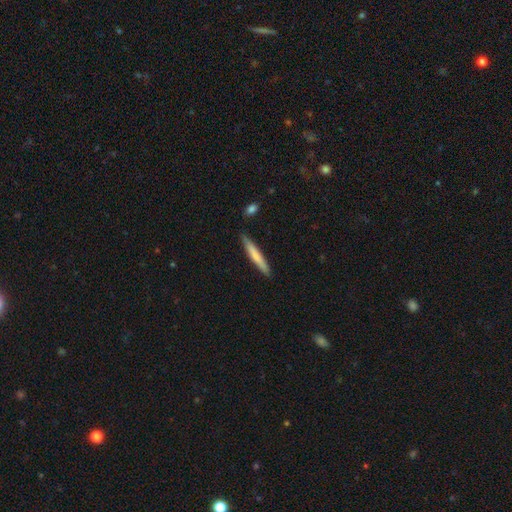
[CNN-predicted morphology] Smooth or featured?
  - smooth: 70% *
  - featured or disk: 25%
  - star or artifact: 5%
How rounded?
  - cigar-shaped: 95% *
  - in between: 4%
  - round: 1%
Merging?
  - none: 86% *
  - minor disturbance: 11%
  - merger: 2%
  - major disturbance: 2%